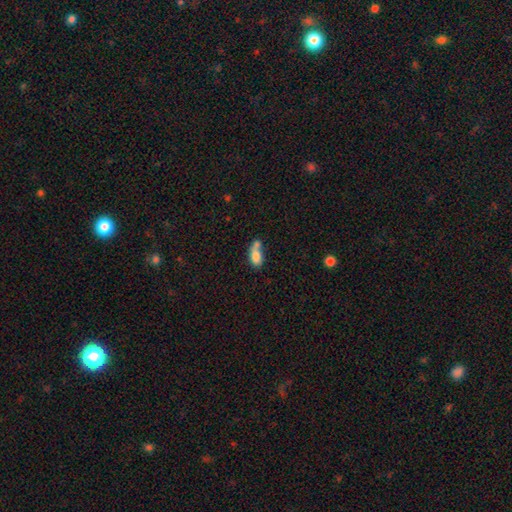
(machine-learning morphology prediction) A smooth galaxy with no disk features (78%) that is in between round and cigar-shaped (85%).

Vote fractions:
- Smooth or featured? smooth: 78% / featured or disk: 13% / star or artifact: 9%
- How rounded? in between: 85% / round: 8% / cigar-shaped: 7%
- Merging? merger: 53% / none: 24% / minor disturbance: 14% / major disturbance: 9%